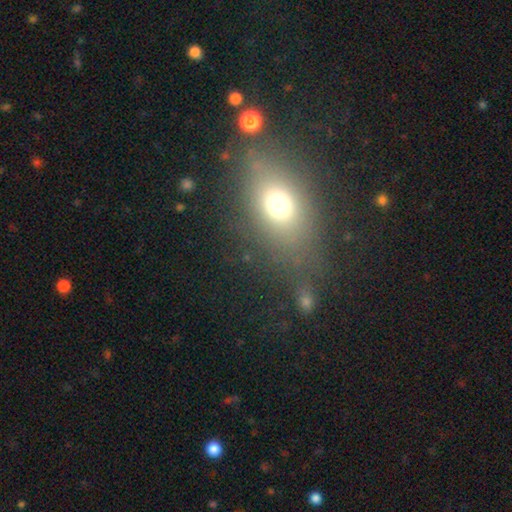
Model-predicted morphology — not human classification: type=smooth (59%); roundness=in between (67%); merging=none (76%).